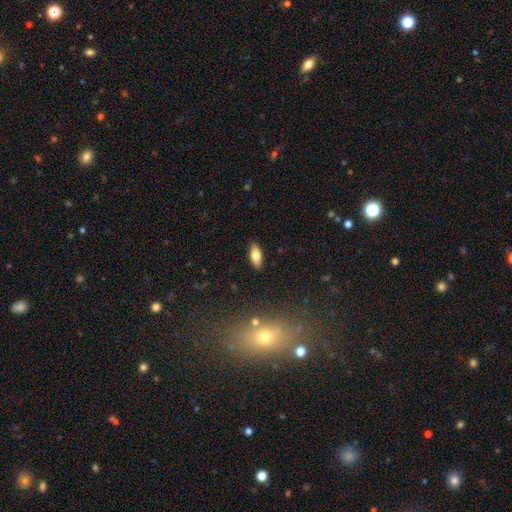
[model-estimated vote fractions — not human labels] Smooth or featured? Predicted: smooth (p=0.73). How rounded? Predicted: in between (p=0.84). Merging? Predicted: none (p=0.88).